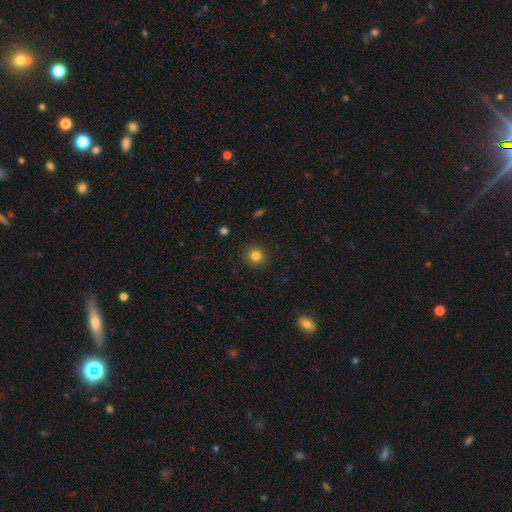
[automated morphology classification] Overall: smooth (82%). How rounded: round (92%). Merging: none (91%).